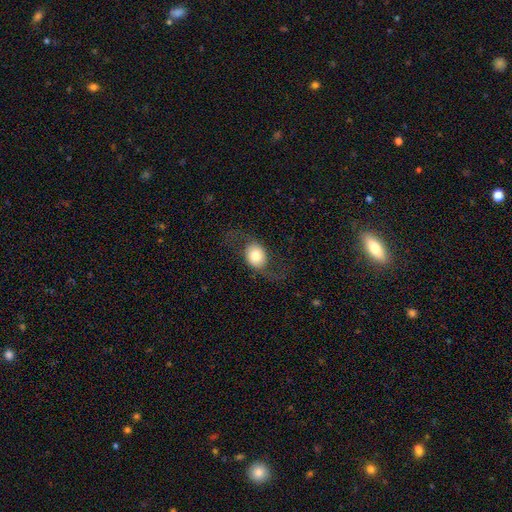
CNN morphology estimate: This appears to be a smooth galaxy with no disk features (55%) that is round (60%). Merging: none (68%).